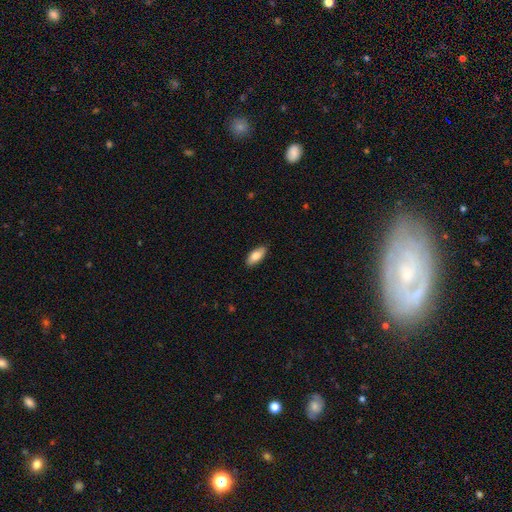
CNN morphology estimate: smooth 81%, featured or disk 13%, star or artifact 6%. Down the decision tree: how rounded — in between (84%); merging — none (88%).